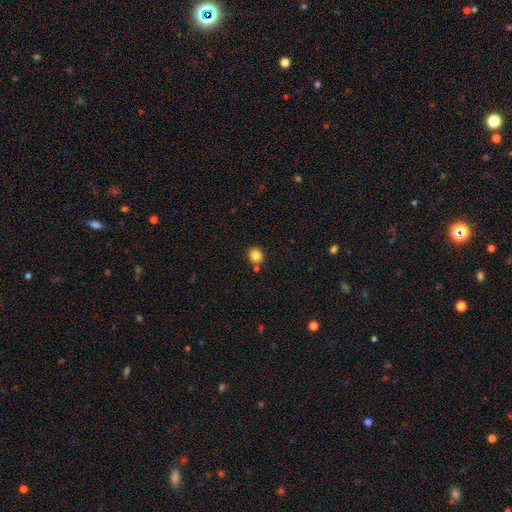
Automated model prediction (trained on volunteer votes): Smooth or featured? smooth (83%)
How rounded? round (78%)
Merging? none (80%)